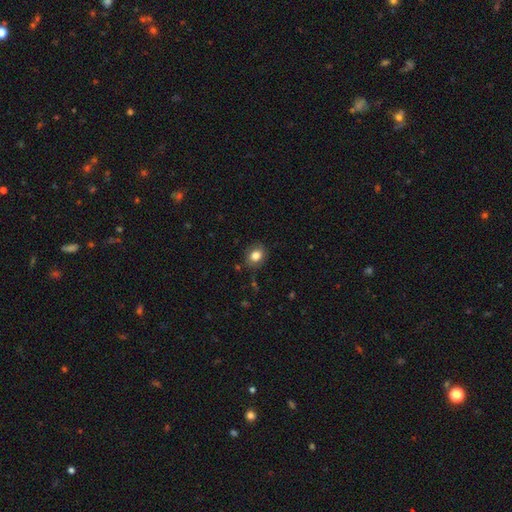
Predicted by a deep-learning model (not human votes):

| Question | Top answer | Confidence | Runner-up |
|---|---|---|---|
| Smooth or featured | smooth | 81% | featured or disk (10%) |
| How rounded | round | 53% | in between (46%) |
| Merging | none | 82% | minor disturbance (13%) |